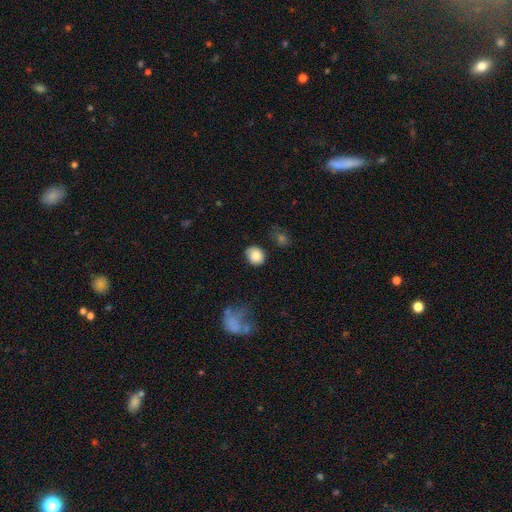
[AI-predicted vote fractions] This appears to be a smooth galaxy with no disk features (85%) that is round (67%). Merging: none (74%).